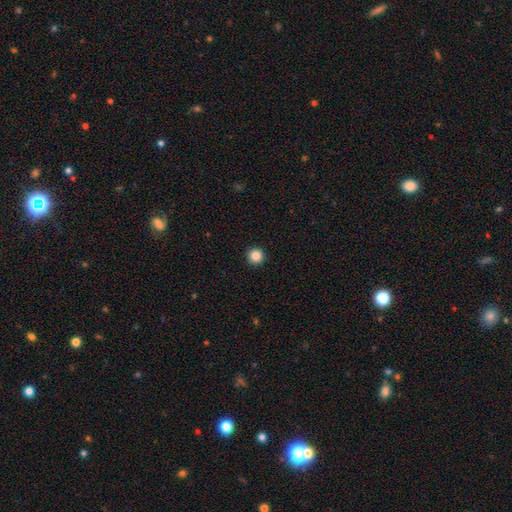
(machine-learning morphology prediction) smooth_or_featured: smooth (p=0.86) [alt: star or artifact p=0.11]
how_rounded: round (p=0.96) [alt: in between p=0.03]
merging: none (p=0.94) [alt: minor disturbance p=0.04]